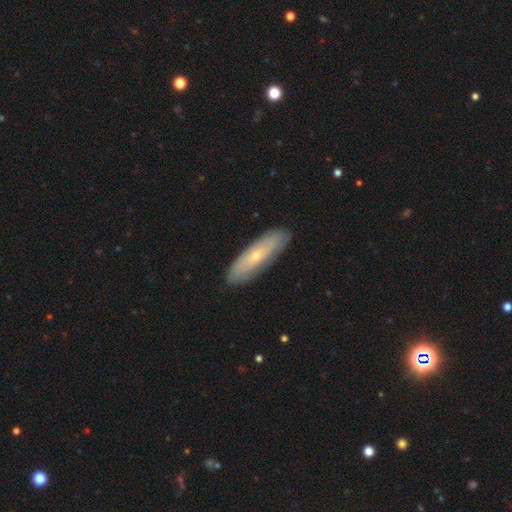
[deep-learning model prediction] This appears to be a featured or disk galaxy (48%). Merging: none (88%).